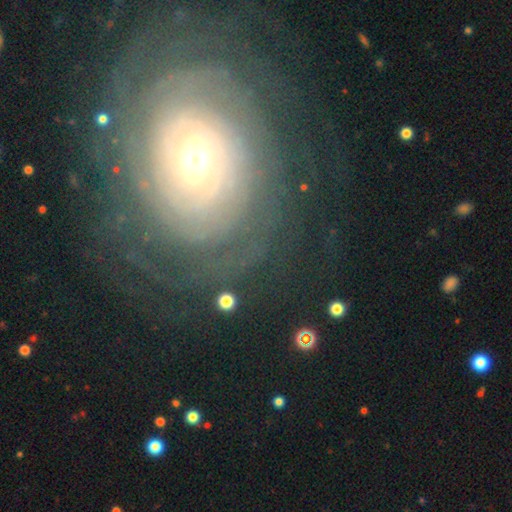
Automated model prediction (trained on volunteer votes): A featured or disk galaxy (76%) with a weak bar (38%), tight (77%) spiral arms (83%) and a moderate central bulge (56%). Merging: none (73%).